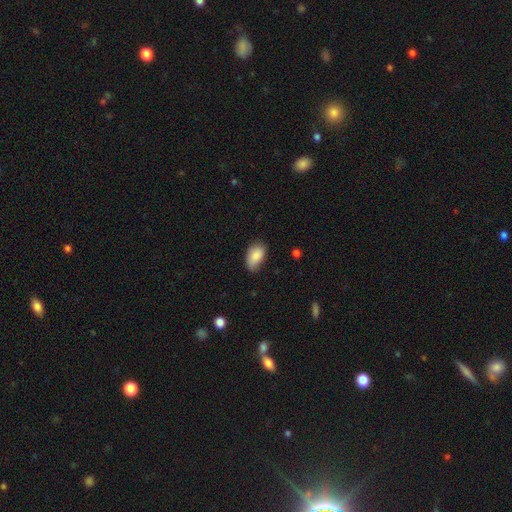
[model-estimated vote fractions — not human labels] Overall: smooth (86%). How rounded: in between (92%). Merging: none (63%; minor disturbance 30%).